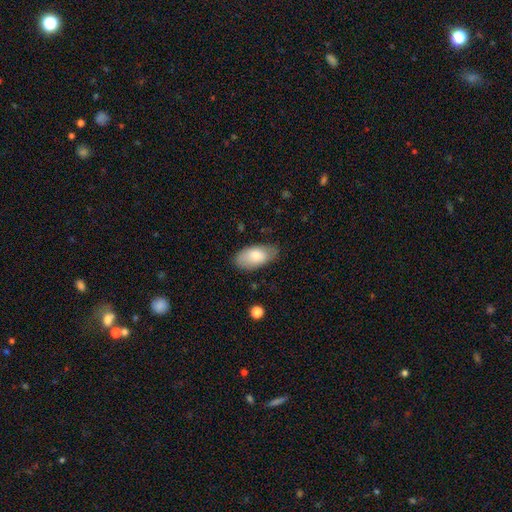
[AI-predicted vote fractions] Overall: smooth (76%). How rounded: in between (94%). Merging: none (72%).